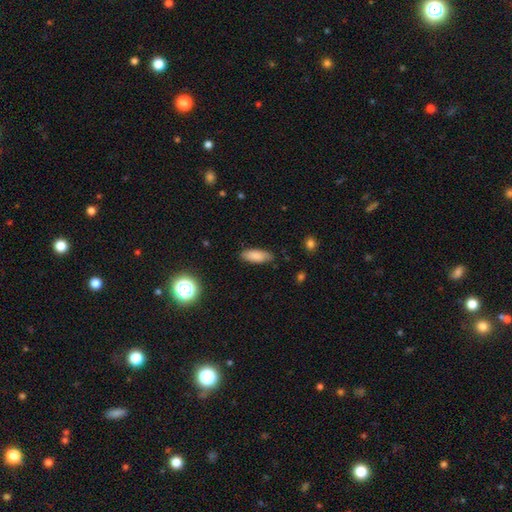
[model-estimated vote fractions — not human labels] This is clearly a smooth galaxy (85%). How rounded: likely in between (70%). Merging: clearly none (84%).